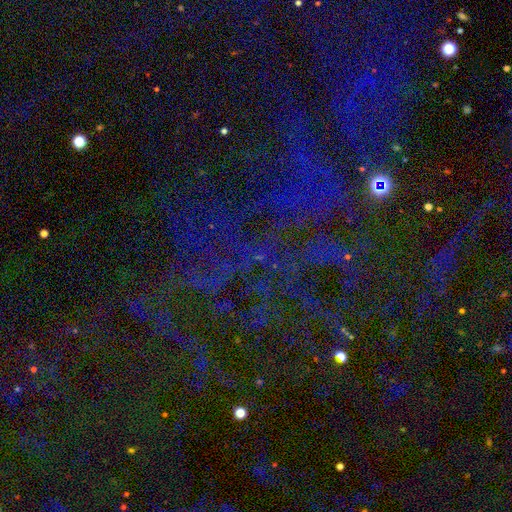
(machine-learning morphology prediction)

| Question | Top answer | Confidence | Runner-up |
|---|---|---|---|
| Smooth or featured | star or artifact | 79% | smooth (11%) |